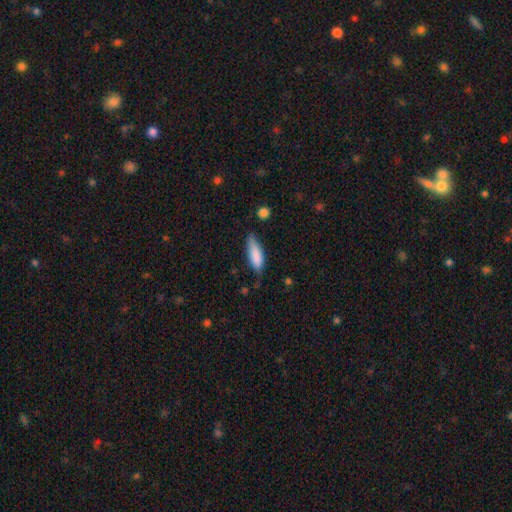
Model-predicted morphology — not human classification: This is clearly a smooth galaxy (83%). How rounded: possibly in between (54%). Merging: possibly none (57%).